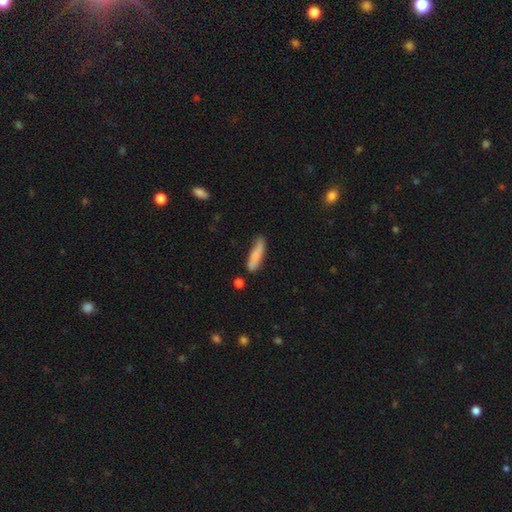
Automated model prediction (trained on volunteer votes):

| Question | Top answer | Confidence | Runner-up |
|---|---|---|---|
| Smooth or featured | smooth | 79% | featured or disk (15%) |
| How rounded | cigar-shaped | 78% | in between (21%) |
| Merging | none | 69% | minor disturbance (22%) |